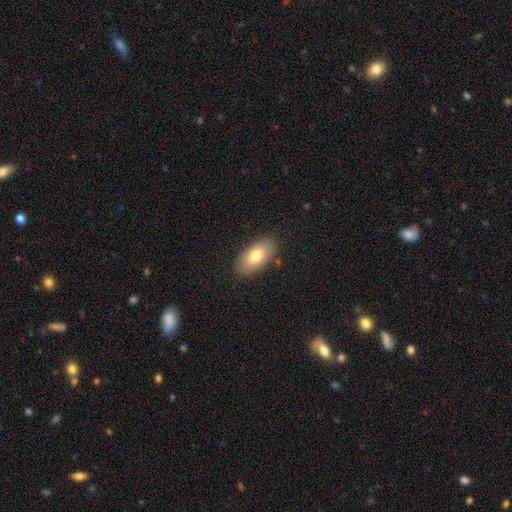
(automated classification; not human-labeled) The model was most divided on "smooth or featured": smooth: 76%, featured or disk: 18%, star or artifact: 6%. More confident: how rounded — in between (93%); merging — none (85%).